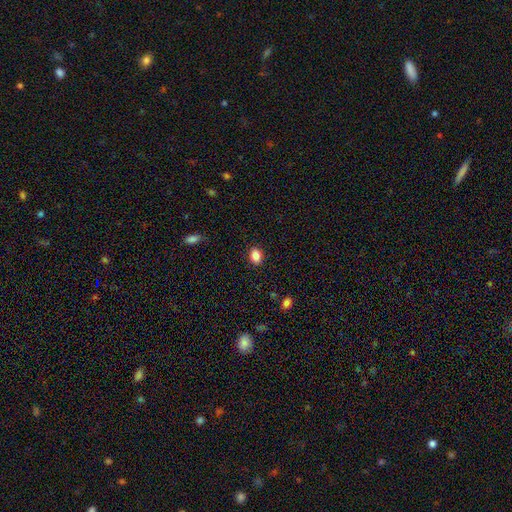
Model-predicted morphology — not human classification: Smooth or featured: smooth — 87% (star or artifact — 9%)
How rounded: in between — 69% (round — 30%)
Merging: none — 88% (minor disturbance — 8%)